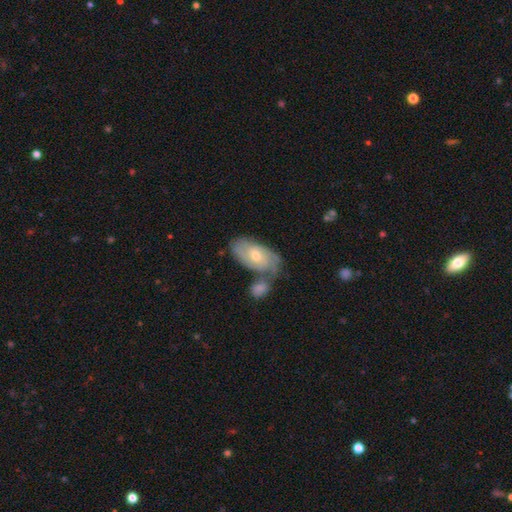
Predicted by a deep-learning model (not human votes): The model was most divided on "bulge size": moderate: 55%, small: 41%, large: 2%, none: 1%, dominant: 1%. Remaining: edge-on disk — no (93%); spiral arms — yes (83%); bar — no (64%); smooth or featured — featured or disk (62%); merging — none (46%).